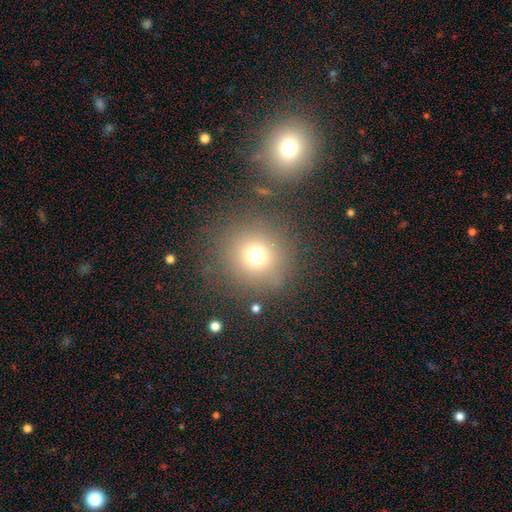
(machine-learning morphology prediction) A smooth galaxy with no disk features (70%) that is round (93%). Merging: none (83%).